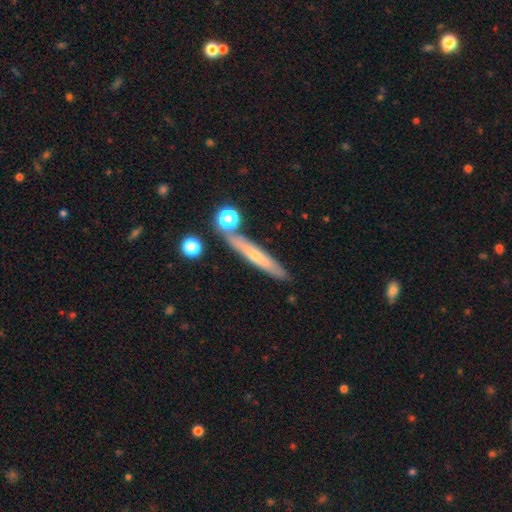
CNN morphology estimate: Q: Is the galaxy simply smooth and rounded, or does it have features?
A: smooth — 50%.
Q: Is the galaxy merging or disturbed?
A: none — 76%.